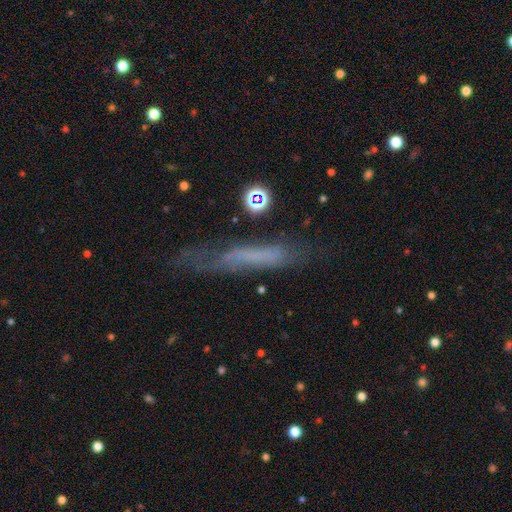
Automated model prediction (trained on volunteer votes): Smooth or featured? Predicted: featured or disk (p=0.44). Merging? Predicted: none (p=0.62).